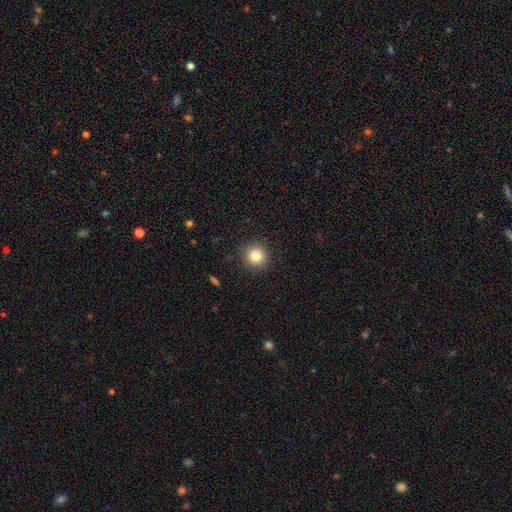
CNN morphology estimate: smooth_or_featured: smooth (p=0.83) [alt: star or artifact p=0.11]
how_rounded: round (p=0.94) [alt: in between p=0.05]
merging: none (p=0.91) [alt: minor disturbance p=0.06]